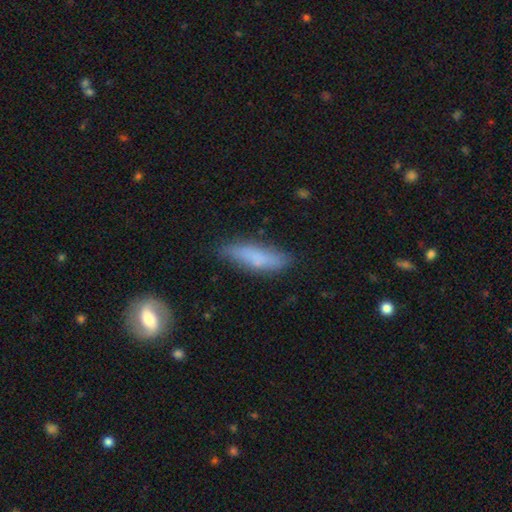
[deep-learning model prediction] smooth-or-featured: smooth: 69% | featured or disk: 23% | star or artifact: 8%
  how-rounded: cigar-shaped: 65% | in between: 32% | round: 3%
  merging: none: 75% | minor disturbance: 19% | major disturbance: 4% | merger: 2%